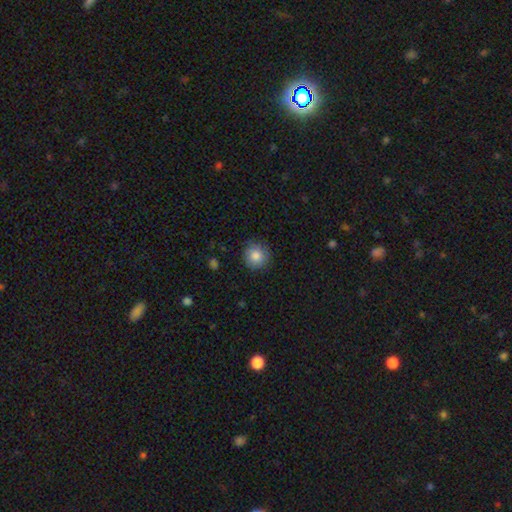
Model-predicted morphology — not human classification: Smooth or featured: smooth — 85% (star or artifact — 9%)
How rounded: round — 92% (in between — 7%)
Merging: none — 84% (minor disturbance — 12%)